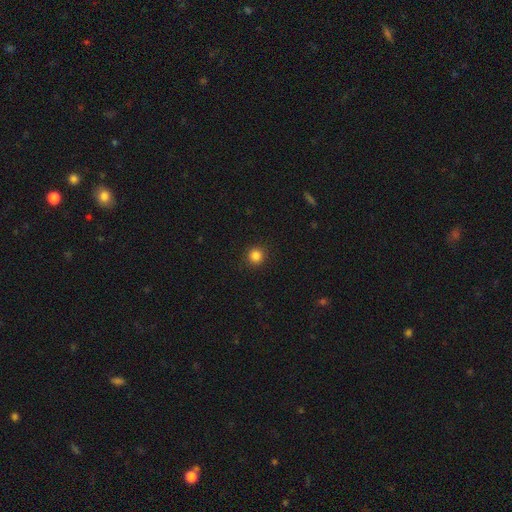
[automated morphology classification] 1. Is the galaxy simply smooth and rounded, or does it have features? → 85% smooth, 12% star or artifact, 4% featured or disk.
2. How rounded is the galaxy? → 94% round, 5% in between, 1% cigar-shaped.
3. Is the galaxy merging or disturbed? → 92% none, 5% minor disturbance, 2% major disturbance, 1% merger.